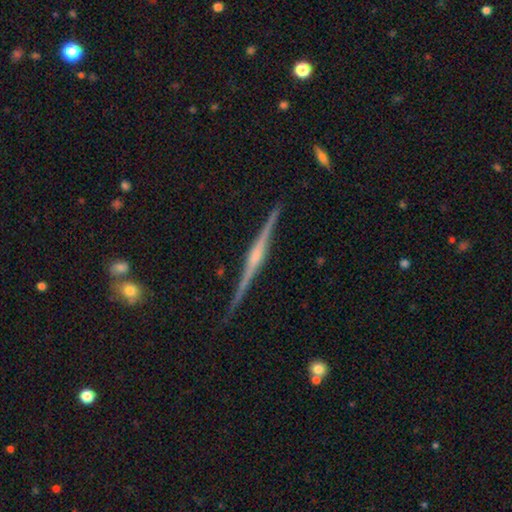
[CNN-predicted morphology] Smooth or featured: featured or disk — 86% (smooth — 8%)
Edge-on disk: yes — 98% (no — 2%)
Edge-on bulge: rounded — 68% (boxy — 18%)
Merging: none — 88% (minor disturbance — 9%)